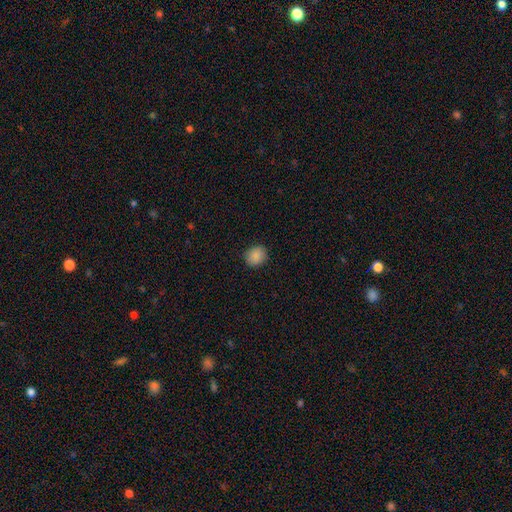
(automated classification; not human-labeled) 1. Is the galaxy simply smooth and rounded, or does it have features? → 88% smooth, 9% star or artifact, 4% featured or disk.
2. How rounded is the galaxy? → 73% round, 26% in between, 1% cigar-shaped.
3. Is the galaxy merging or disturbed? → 88% none, 9% minor disturbance, 2% major disturbance, 1% merger.